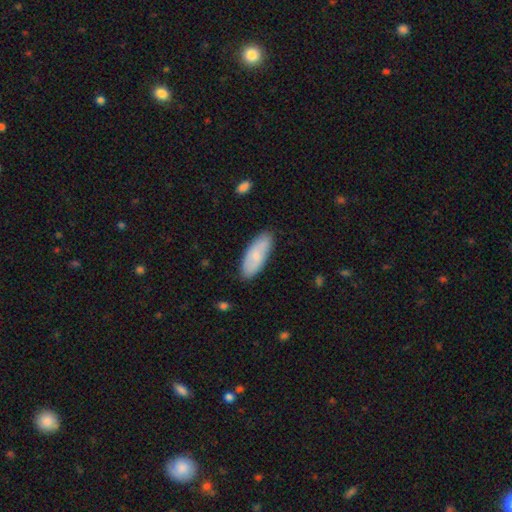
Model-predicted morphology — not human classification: smooth_or_featured: smooth (p=0.71) [alt: featured or disk p=0.23]
how_rounded: in between (p=0.76) [alt: cigar-shaped p=0.22]
merging: none (p=0.83) [alt: minor disturbance p=0.13]